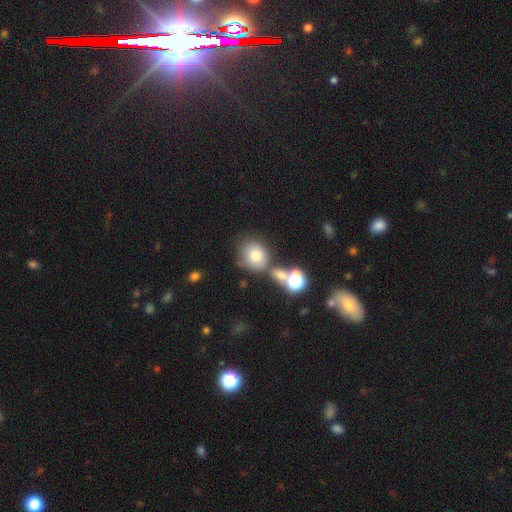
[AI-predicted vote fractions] The model was most divided on "merging": none: 54%, merger: 24%, minor disturbance: 15%, major disturbance: 7%. More confident: smooth or featured — smooth (74%); how rounded — round (73%).